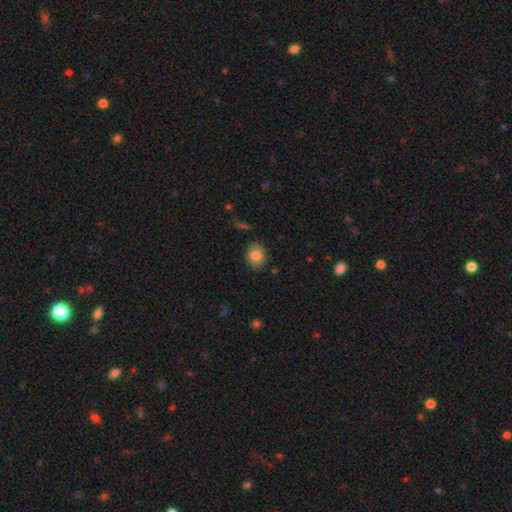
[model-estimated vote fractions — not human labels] smooth-or-featured: smooth: 78% | featured or disk: 14% | star or artifact: 8%
  how-rounded: in between: 56% | round: 43% | cigar-shaped: 1%
  merging: none: 82% | minor disturbance: 14% | major disturbance: 3% | merger: 1%